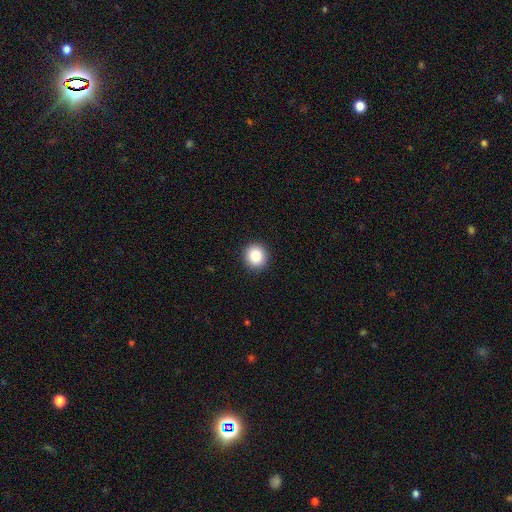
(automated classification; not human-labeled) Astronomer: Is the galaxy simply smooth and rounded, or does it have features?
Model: smooth — 87%.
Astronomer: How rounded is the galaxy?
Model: round — 90%.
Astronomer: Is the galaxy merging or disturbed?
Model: none — 92%.